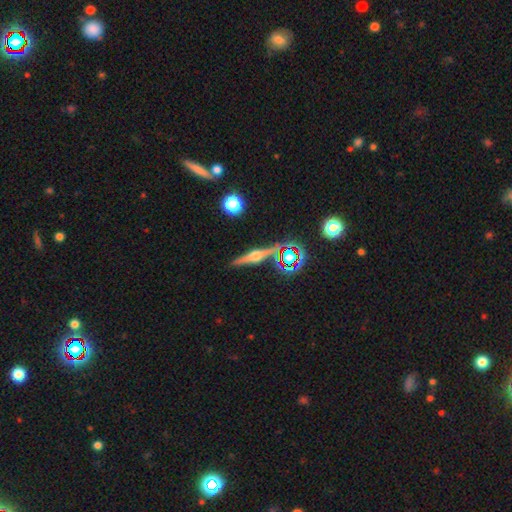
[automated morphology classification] Smooth or featured?
  - featured or disk: 76% *
  - smooth: 13%
  - star or artifact: 11%
Edge-on disk?
  - yes: 97% *
  - no: 3%
Edge-on bulge?
  - rounded: 94% *
  - boxy: 4%
  - none: 2%
Merging?
  - none: 87% *
  - minor disturbance: 8%
  - merger: 4%
  - major disturbance: 2%